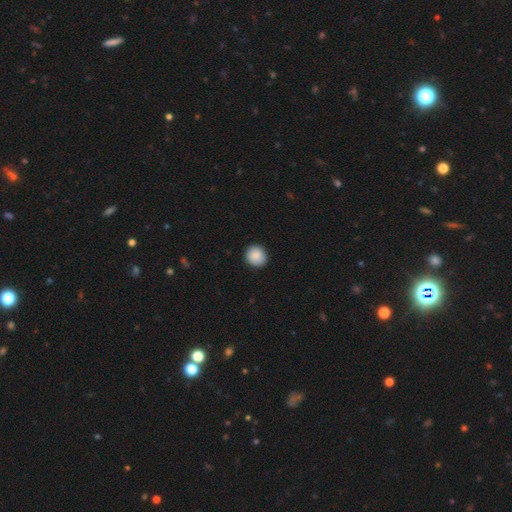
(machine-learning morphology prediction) smooth-or-featured: smooth: 90% | star or artifact: 8% | featured or disk: 3%
  how-rounded: round: 93% | in between: 6% | cigar-shaped: 1%
  merging: none: 92% | minor disturbance: 5% | major disturbance: 2% | merger: 1%